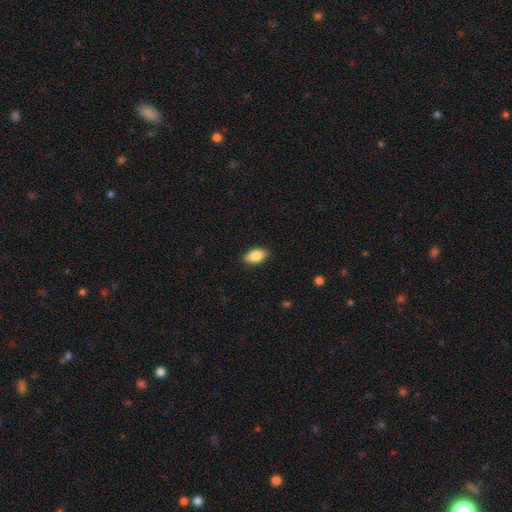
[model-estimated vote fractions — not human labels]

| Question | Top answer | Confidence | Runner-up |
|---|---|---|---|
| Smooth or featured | smooth | 85% | featured or disk (8%) |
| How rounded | in between | 92% | round (4%) |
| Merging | none | 89% | minor disturbance (9%) |